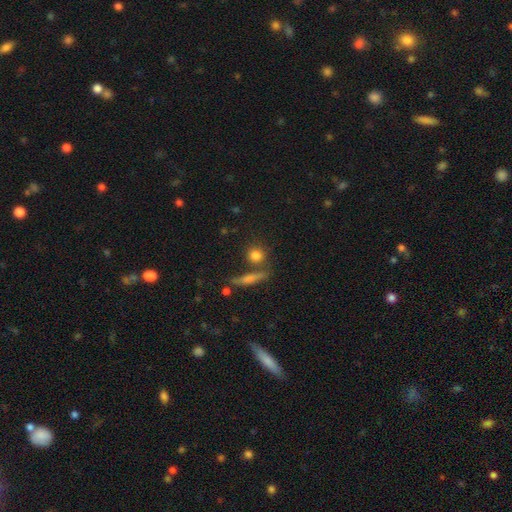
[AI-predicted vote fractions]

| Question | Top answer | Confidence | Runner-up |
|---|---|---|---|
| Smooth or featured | smooth | 80% | star or artifact (10%) |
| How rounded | round | 78% | in between (14%) |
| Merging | none | 72% | merger (14%) |